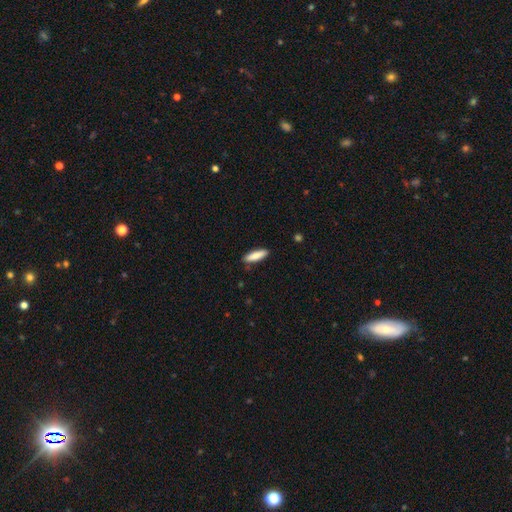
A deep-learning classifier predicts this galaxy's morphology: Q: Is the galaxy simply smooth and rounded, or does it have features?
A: smooth — 82%.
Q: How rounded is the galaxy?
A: cigar-shaped — 60%.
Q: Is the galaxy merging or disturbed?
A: none — 86%.